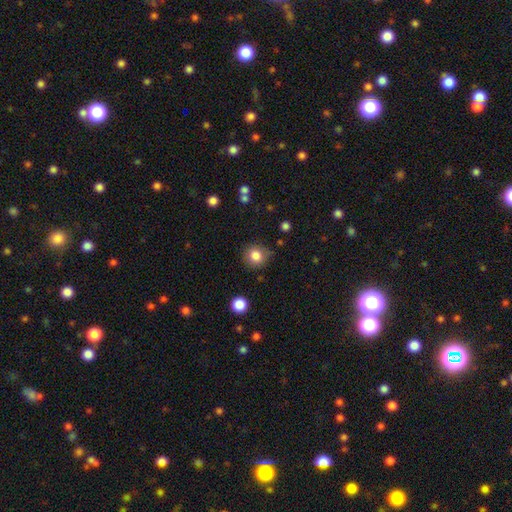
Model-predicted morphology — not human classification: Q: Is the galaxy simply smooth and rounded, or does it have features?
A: smooth — 83%.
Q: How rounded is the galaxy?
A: round — 88%.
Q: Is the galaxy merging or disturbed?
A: none — 82%.